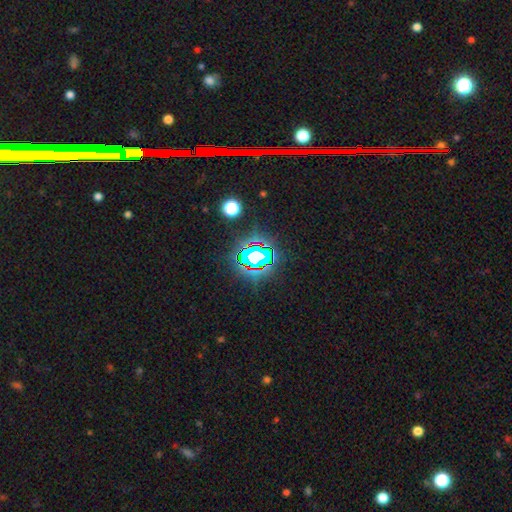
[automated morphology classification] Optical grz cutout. It shows a star or artifact, not a galaxy (70%).